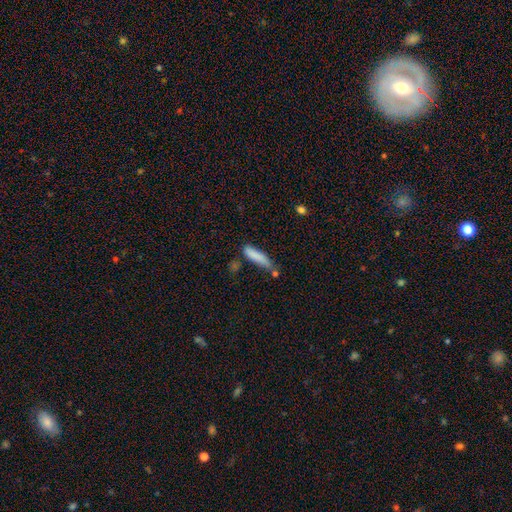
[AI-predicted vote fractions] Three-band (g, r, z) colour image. It shows a smooth galaxy with no disk features (83%) that is cigar-shaped (76%). Merging: none (50%).